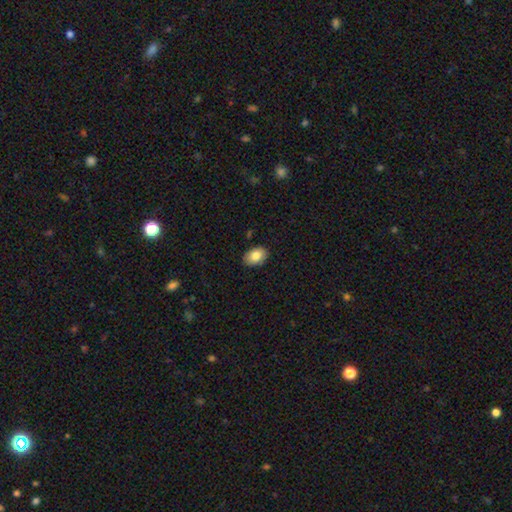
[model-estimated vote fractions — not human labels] smooth_or_featured: smooth (p=0.83) [alt: featured or disk p=0.10]
how_rounded: in between (p=0.86) [alt: round p=0.13]
merging: none (p=0.88) [alt: minor disturbance p=0.09]